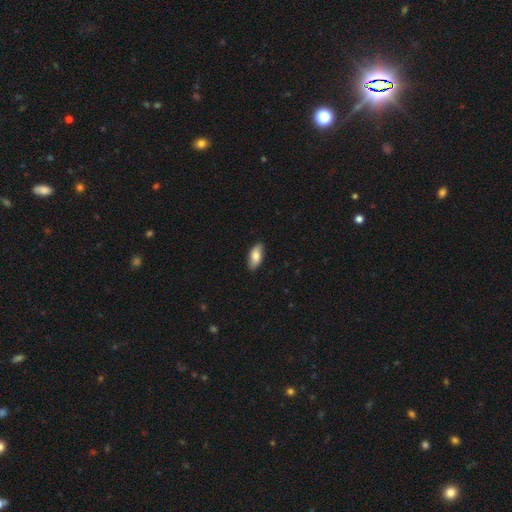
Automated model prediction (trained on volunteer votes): Smooth or featured?
  - smooth: 77% *
  - featured or disk: 17%
  - star or artifact: 6%
How rounded?
  - in between: 88% *
  - cigar-shaped: 9%
  - round: 3%
Merging?
  - none: 87% *
  - minor disturbance: 11%
  - major disturbance: 2%
  - merger: 1%